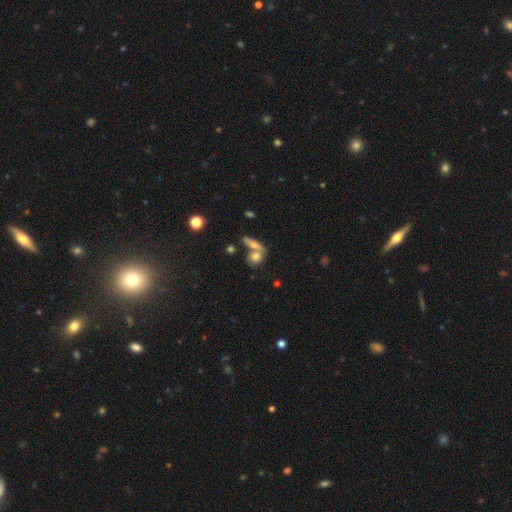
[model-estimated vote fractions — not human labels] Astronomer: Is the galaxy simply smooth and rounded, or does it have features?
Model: smooth — 70%.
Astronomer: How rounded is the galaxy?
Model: round — 44% (runner-up: in between, 43%).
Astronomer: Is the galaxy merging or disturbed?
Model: none — 45% (runner-up: merger, 40%).